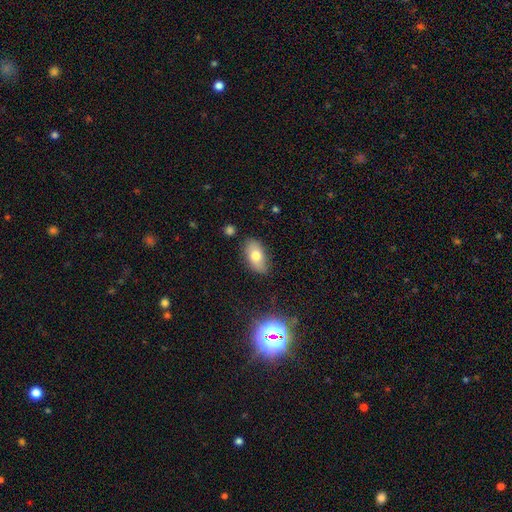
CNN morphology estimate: smooth-or-featured: smooth: 72% | featured or disk: 19% | star or artifact: 9%
  how-rounded: in between: 91% | round: 6% | cigar-shaped: 3%
  merging: none: 79% | minor disturbance: 15% | major disturbance: 3% | merger: 2%